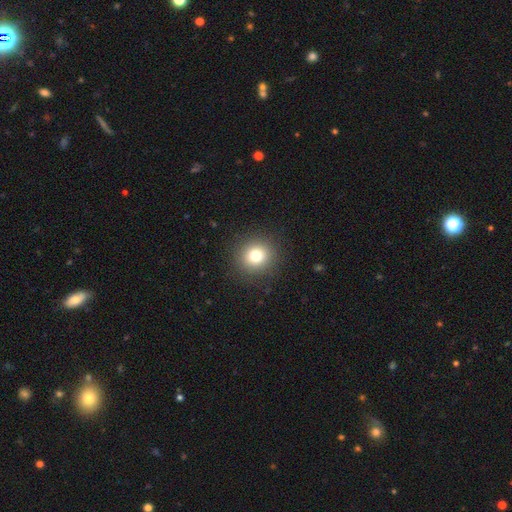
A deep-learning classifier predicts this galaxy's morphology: Smooth or featured? Predicted: smooth (p=0.78). How rounded? Predicted: round (p=0.90). Merging? Predicted: none (p=0.90).